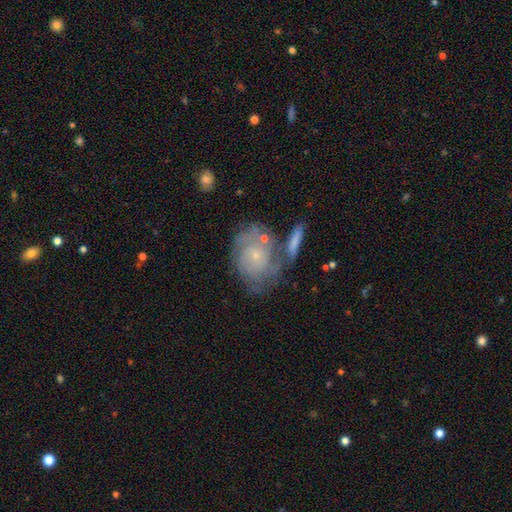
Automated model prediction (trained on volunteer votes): Q: Smooth or featured?
A: featured or disk (64%); runner-up: smooth (27%)
Q: Edge-on disk?
A: no (96%); runner-up: yes (4%)
Q: Bar?
A: no (83%); runner-up: weak (14%)
Q: Spiral arms?
A: yes (80%); runner-up: no (20%)
Q: Bulge size?
A: small (83%); runner-up: moderate (11%)
Q: Merging?
A: none (52%); runner-up: minor disturbance (20%)